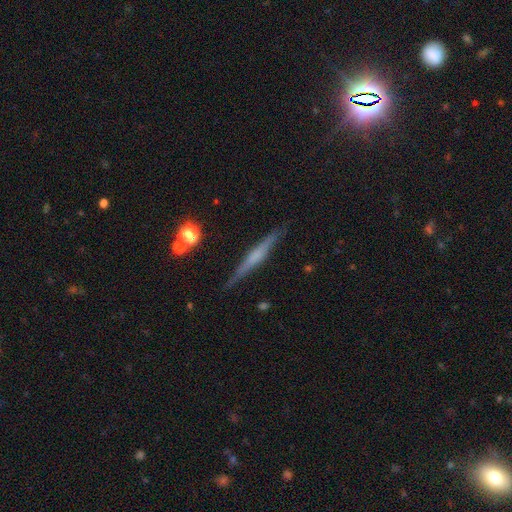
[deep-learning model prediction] Smooth or featured? featured or disk (64%)
Edge-on disk? yes (97%)
Edge-on bulge? none (41%)
Merging? none (89%)